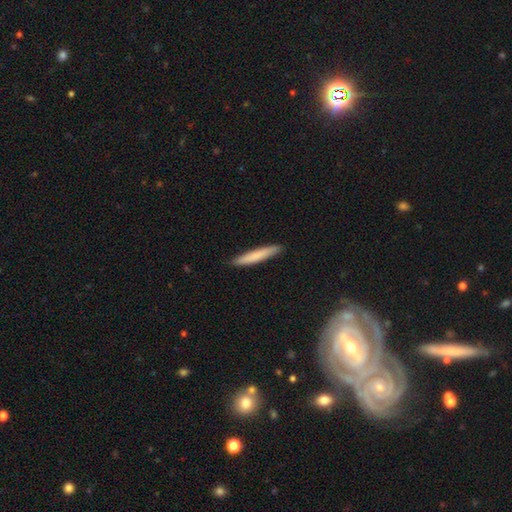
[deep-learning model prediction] Morphology: type=smooth (77%); roundness=cigar-shaped (94%); merging=none (90%).